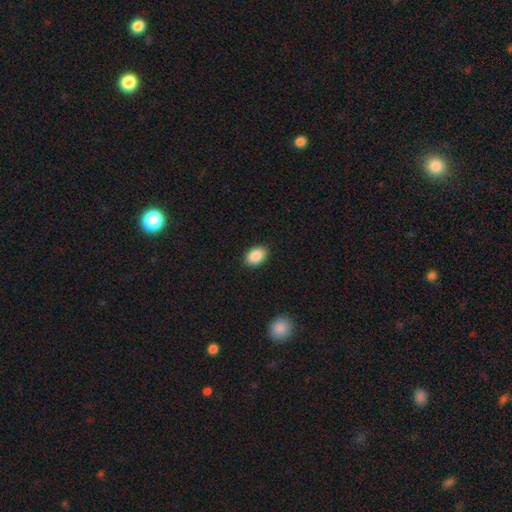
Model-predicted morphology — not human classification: The model was most divided on "how rounded": in between: 85%, round: 14%, cigar-shaped: 1%. More confident: smooth or featured — smooth (90%); merging — none (89%).